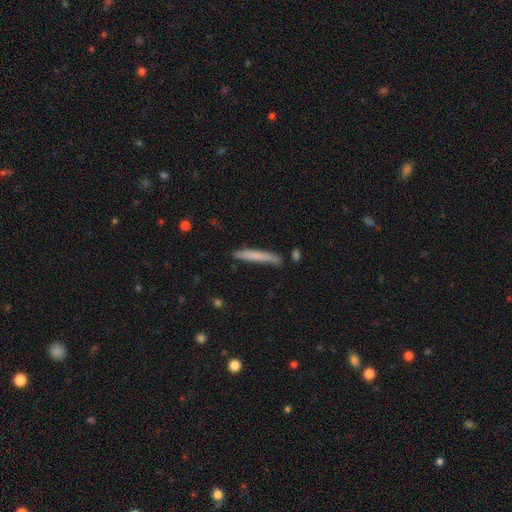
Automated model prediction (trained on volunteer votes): This appears to be a smooth galaxy with no disk features (75%) that is cigar-shaped (95%). Merging: none (81%).